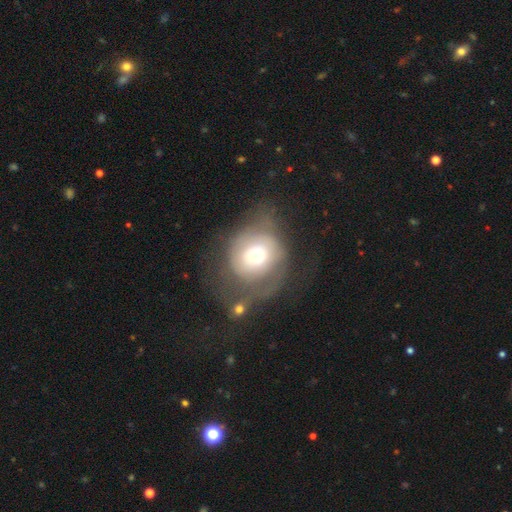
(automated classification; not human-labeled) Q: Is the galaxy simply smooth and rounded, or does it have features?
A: smooth — 54%.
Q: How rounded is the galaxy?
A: round — 79%.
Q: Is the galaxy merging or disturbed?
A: major disturbance — 37%.